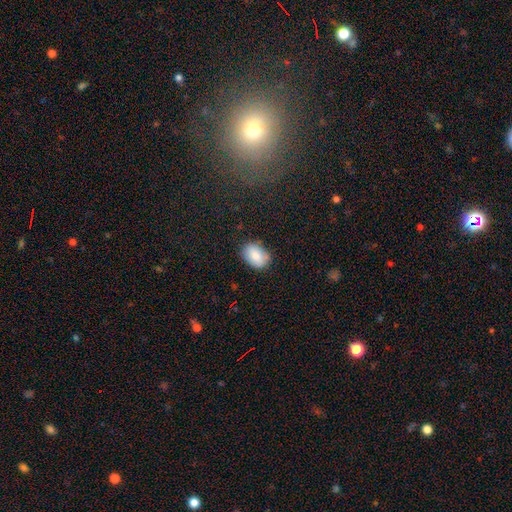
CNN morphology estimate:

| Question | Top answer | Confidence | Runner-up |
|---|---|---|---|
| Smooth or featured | smooth | 85% | featured or disk (8%) |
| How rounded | in between | 80% | round (19%) |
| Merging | none | 76% | minor disturbance (19%) |